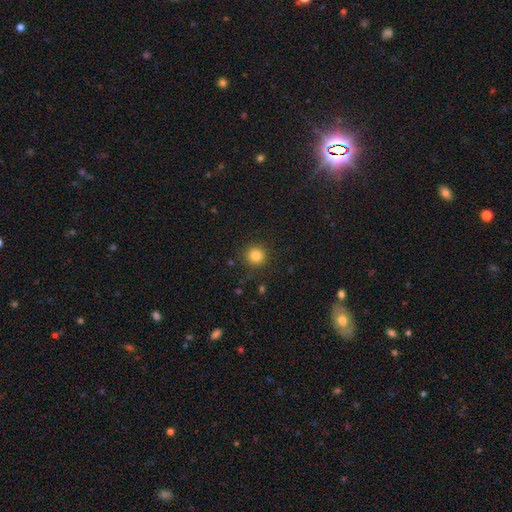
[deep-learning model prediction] The model was most divided on "smooth or featured": smooth: 82%, star or artifact: 12%, featured or disk: 5%. More confident: how rounded — round (94%); merging — none (90%).